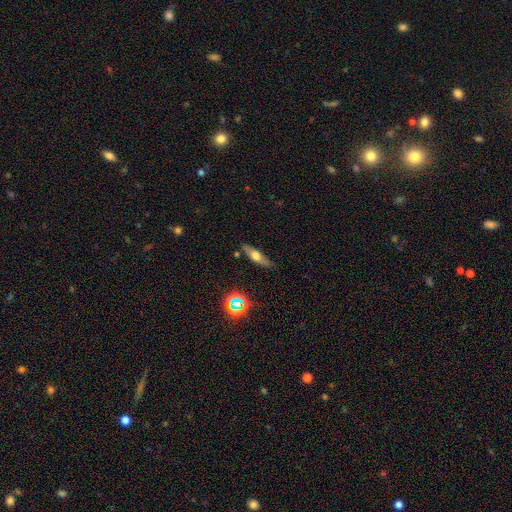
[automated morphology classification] smooth_or_featured: smooth (p=0.47) [alt: featured or disk p=0.41]
merging: none (p=0.81) [alt: minor disturbance p=0.14]